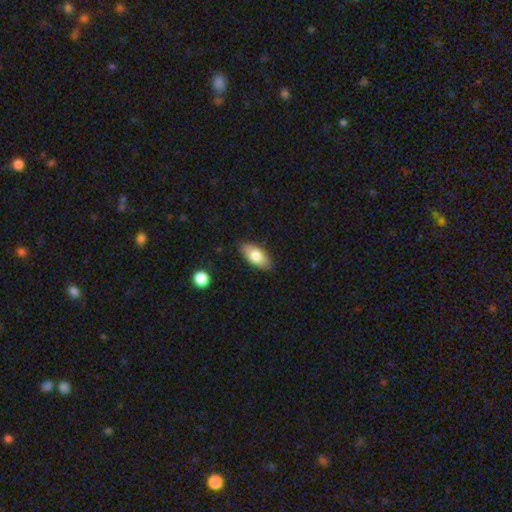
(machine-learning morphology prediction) Smooth or featured?
  - smooth: 77% *
  - featured or disk: 17%
  - star or artifact: 6%
How rounded?
  - in between: 91% *
  - cigar-shaped: 6%
  - round: 3%
Merging?
  - none: 84% *
  - minor disturbance: 12%
  - major disturbance: 2%
  - merger: 1%